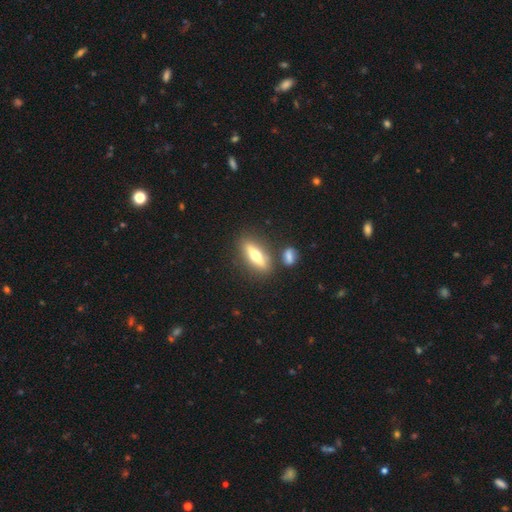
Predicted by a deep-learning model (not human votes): Smooth or featured?
  - smooth: 47% * (tied)
  - featured or disk: 47% * (tied)
  - star or artifact: 6%
Merging?
  - none: 79% *
  - minor disturbance: 9%
  - merger: 9%
  - major disturbance: 3%